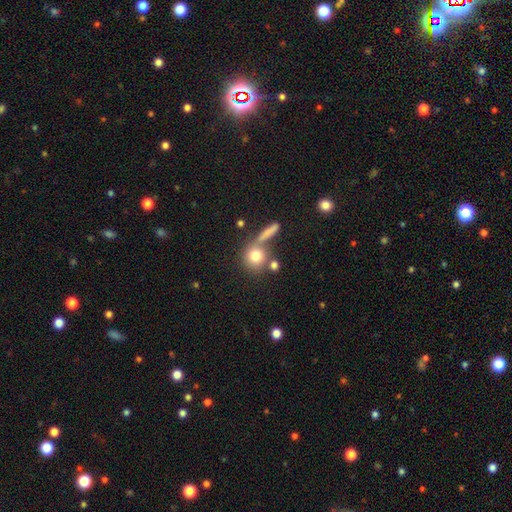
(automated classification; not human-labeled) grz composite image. It shows a smooth galaxy with no disk features (77%) that is round (84%). Merging: none (58%).